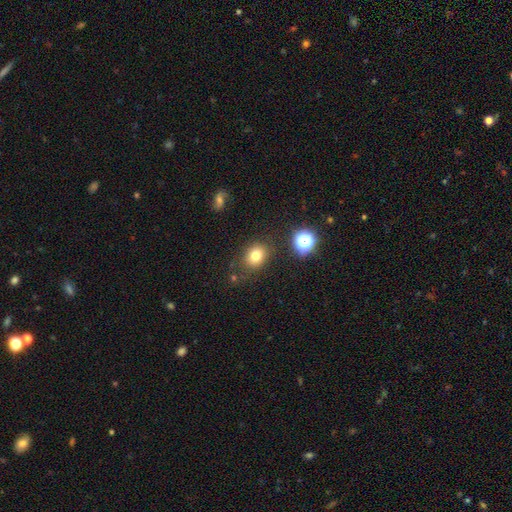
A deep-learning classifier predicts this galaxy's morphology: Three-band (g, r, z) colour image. It shows a smooth galaxy with no disk features (78%) that is round (58%). Merging: none (81%).